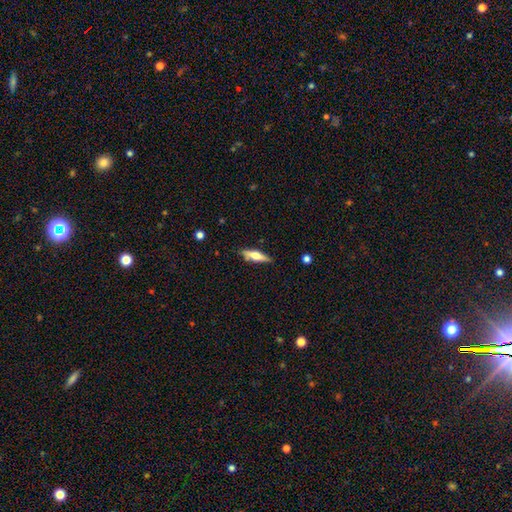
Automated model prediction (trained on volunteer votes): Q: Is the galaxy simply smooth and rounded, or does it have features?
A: featured or disk — 48%.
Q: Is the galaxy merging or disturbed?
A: none — 81%.